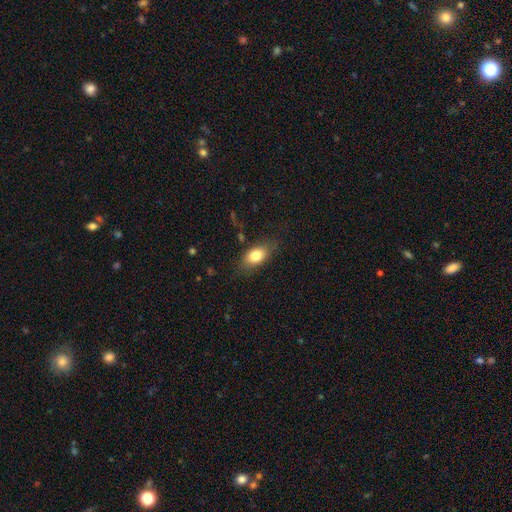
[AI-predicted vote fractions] smooth-or-featured: smooth: 79% | featured or disk: 13% | star or artifact: 8%
  how-rounded: in between: 85% | round: 10% | cigar-shaped: 5%
  merging: none: 78% | minor disturbance: 16% | major disturbance: 5% | merger: 1%